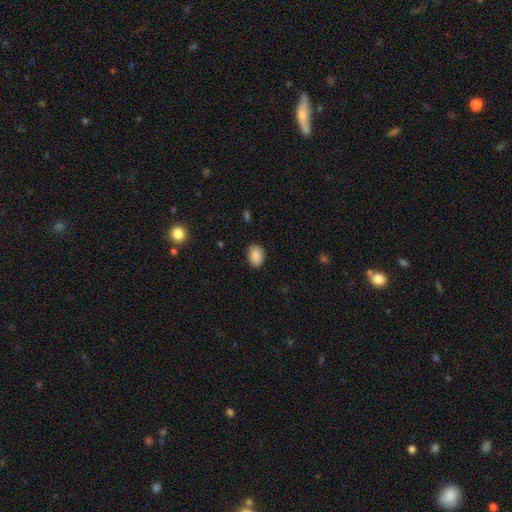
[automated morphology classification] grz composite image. It shows a smooth galaxy with no disk features (89%) that is in between round and cigar-shaped (80%). Merging: none (87%).